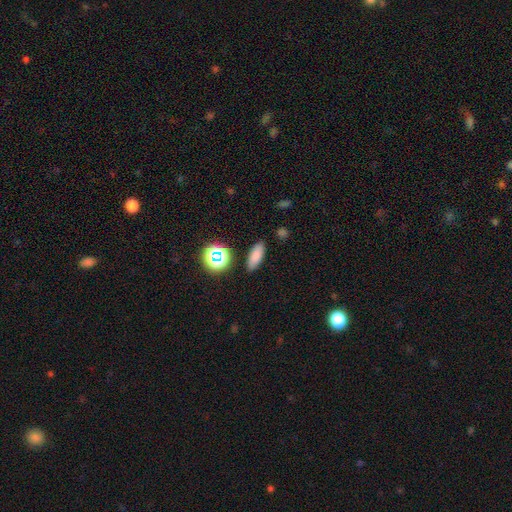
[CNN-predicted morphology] The model was most divided on "how rounded": in between: 68%, cigar-shaped: 27%, round: 6%. More confident: merging — none (87%); smooth or featured — smooth (79%).